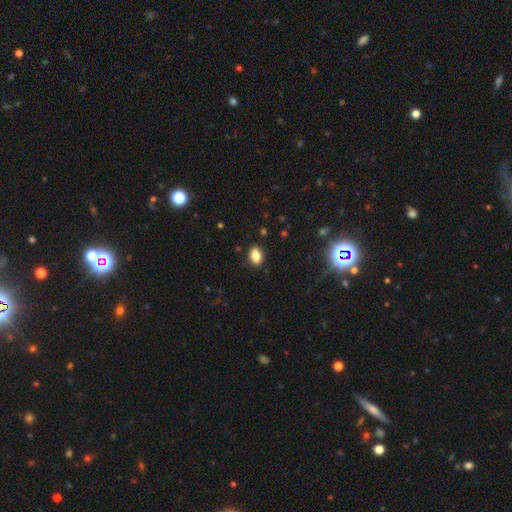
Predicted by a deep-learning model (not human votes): Morphology: type=smooth (86%); roundness=in between (84%); merging=none (88%).